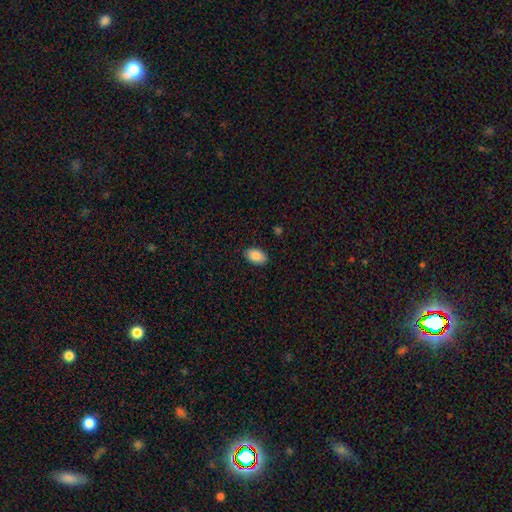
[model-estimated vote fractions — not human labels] Morphology: type=smooth (89%); roundness=in between (93%); merging=none (88%).